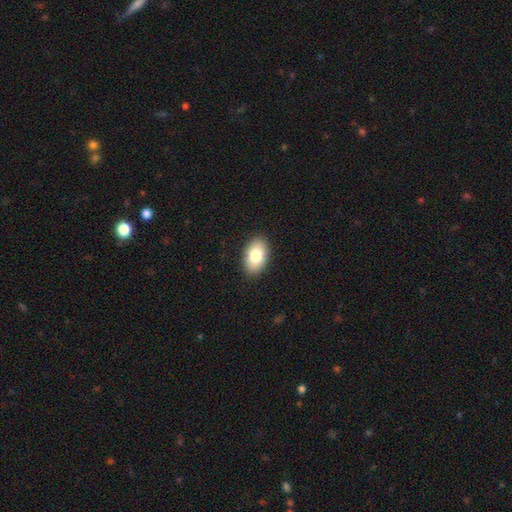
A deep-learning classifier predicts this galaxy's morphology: Q: Smooth or featured?
A: smooth (80%); runner-up: featured or disk (13%)
Q: How rounded?
A: in between (92%); runner-up: round (7%)
Q: Merging?
A: none (90%); runner-up: minor disturbance (7%)